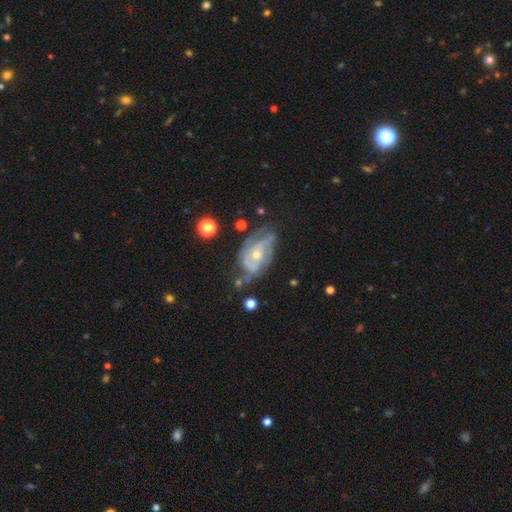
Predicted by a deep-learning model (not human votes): Morphology: type=featured or disk (82%); edge-on=no (96%); bar=no (66%); spiral arms=yes (91%); winding=tight (50%); arm count=2 (40%); bulge=small (50%); merging=none (54%).